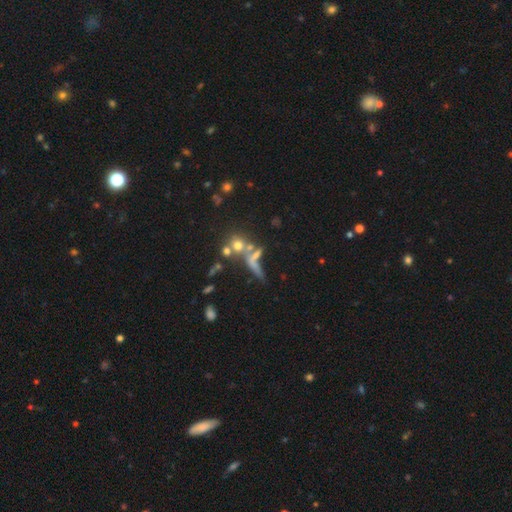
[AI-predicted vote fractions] A smooth galaxy with no disk features (47%).

Vote fractions:
- Smooth or featured? smooth: 47% / featured or disk: 31% / star or artifact: 21%
- Merging? none: 36% / merger: 35% / major disturbance: 16% / minor disturbance: 12%